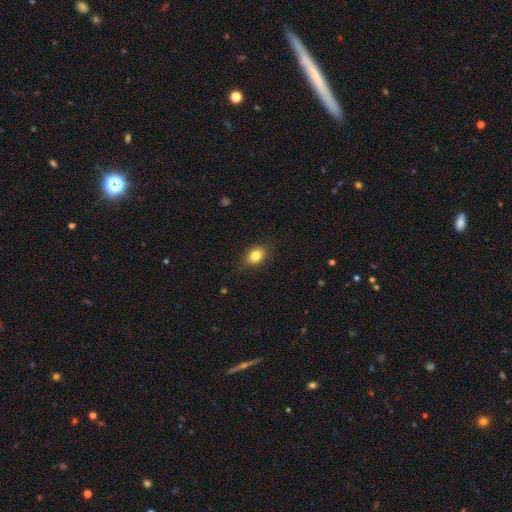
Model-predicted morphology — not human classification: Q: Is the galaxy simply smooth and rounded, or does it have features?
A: smooth — 83%.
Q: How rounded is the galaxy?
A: in between — 71%.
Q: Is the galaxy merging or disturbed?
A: none — 84%.